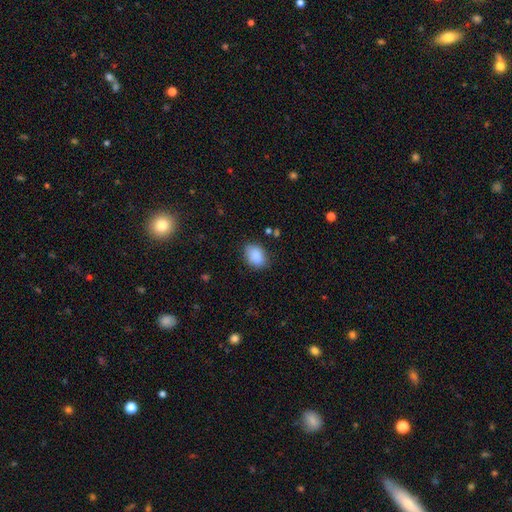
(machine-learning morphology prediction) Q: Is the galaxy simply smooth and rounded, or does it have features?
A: smooth — 89%.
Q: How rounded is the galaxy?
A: in between — 74%.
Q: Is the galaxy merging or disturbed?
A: none — 81%.